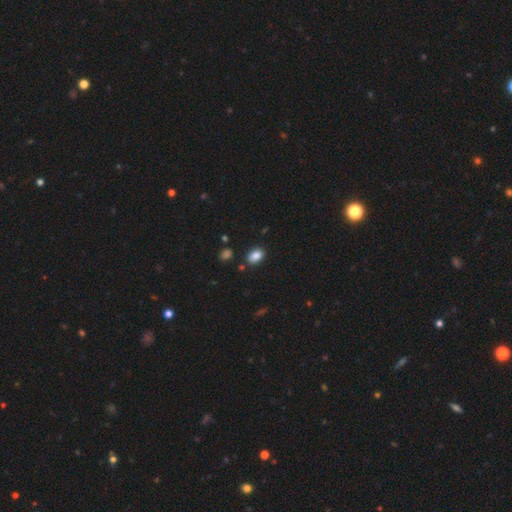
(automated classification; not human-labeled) This is clearly a smooth galaxy (86%). How rounded: clearly in between (83%). Merging: clearly none (84%).